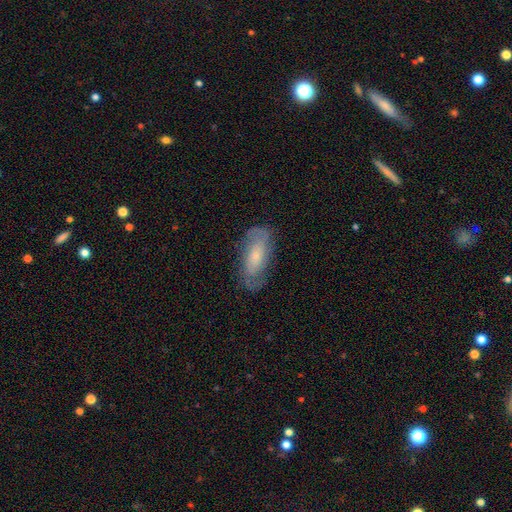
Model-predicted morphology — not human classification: Q: Smooth or featured?
A: featured or disk (63%); runner-up: smooth (30%)
Q: Edge-on disk?
A: no (91%); runner-up: yes (9%)
Q: Bar?
A: no (57%); runner-up: weak (33%)
Q: Spiral arms?
A: yes (87%); runner-up: no (13%)
Q: Bulge size?
A: small (51%); runner-up: moderate (33%)
Q: Merging?
A: none (73%); runner-up: minor disturbance (18%)